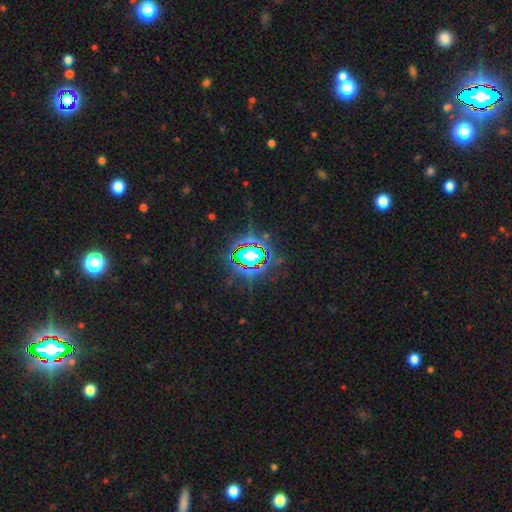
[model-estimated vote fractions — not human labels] Overall: star or artifact (82%).